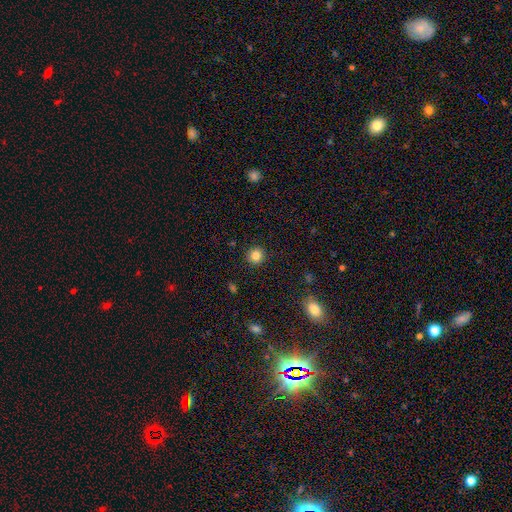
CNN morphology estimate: type=smooth (84%); roundness=round (92%); merging=none (92%).